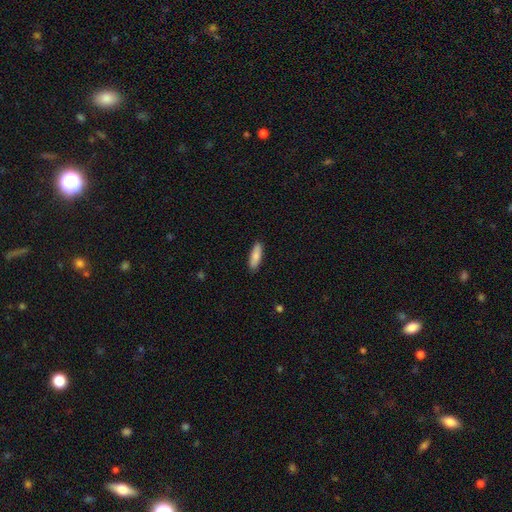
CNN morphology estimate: Smooth or featured? Predicted: smooth (p=0.86). How rounded? Predicted: cigar-shaped (p=0.53). Merging? Predicted: none (p=0.89).